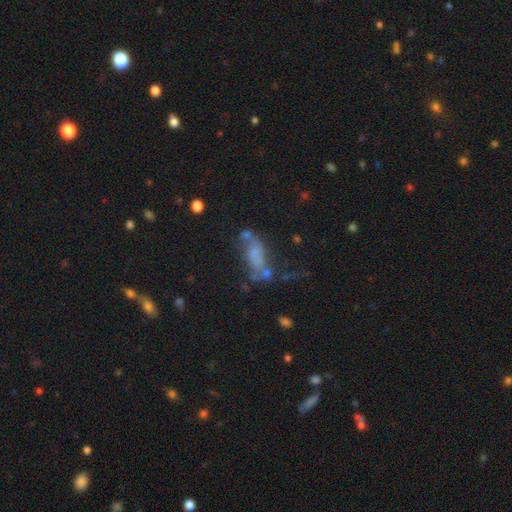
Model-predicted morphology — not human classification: type=smooth (47%); merging=none (32%).